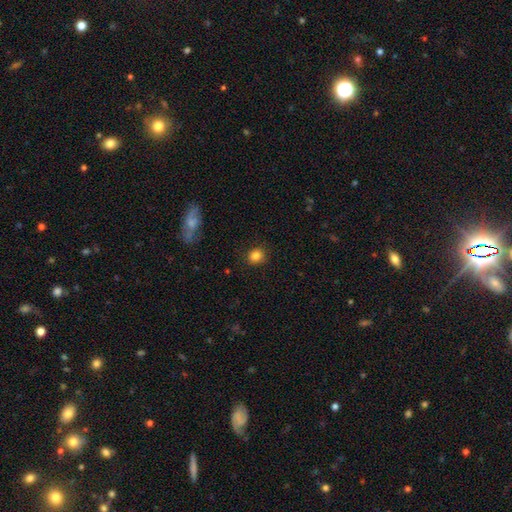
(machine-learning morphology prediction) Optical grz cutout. It shows a smooth galaxy with no disk features (84%) that is round (80%). Merging: none (87%).